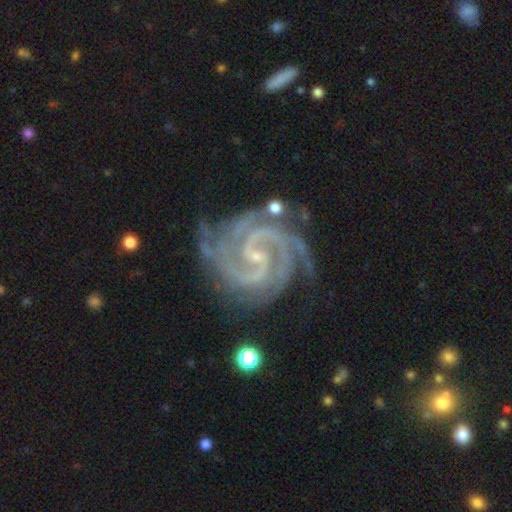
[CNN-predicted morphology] Q: Smooth or featured?
A: featured or disk (94%); runner-up: star or artifact (4%)
Q: Edge-on disk?
A: no (98%); runner-up: yes (2%)
Q: Bar?
A: weak (43%); runner-up: no (32%)
Q: Spiral arms?
A: yes (99%); runner-up: no (1%)
Q: Spiral winding?
A: tight (62%); runner-up: medium (34%)
Q: Spiral arm count?
A: 2 (52%); runner-up: 3 (22%)
Q: Bulge size?
A: small (83%); runner-up: moderate (9%)
Q: Merging?
A: none (69%); runner-up: minor disturbance (20%)